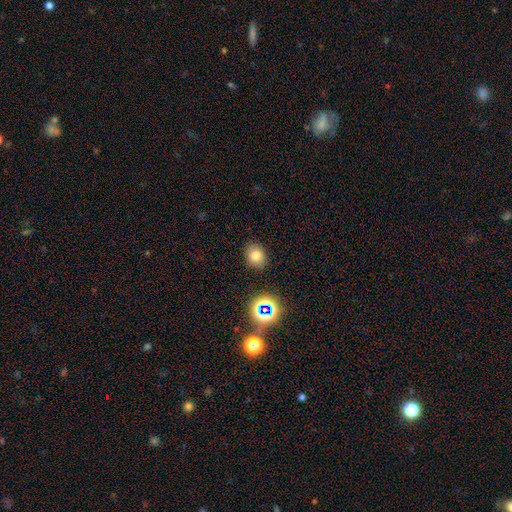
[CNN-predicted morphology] Smooth or featured: smooth — 75% (star or artifact — 16%)
How rounded: round — 53% (in between — 46%)
Merging: none — 85% (minor disturbance — 10%)